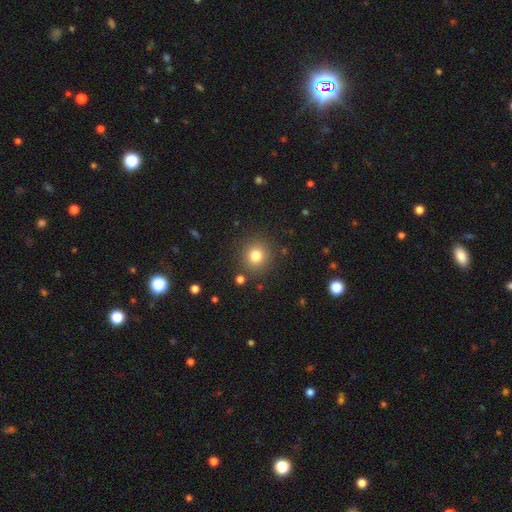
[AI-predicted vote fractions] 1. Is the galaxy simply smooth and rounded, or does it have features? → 80% smooth, 13% star or artifact, 7% featured or disk.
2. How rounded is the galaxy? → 90% round, 9% in between, 1% cigar-shaped.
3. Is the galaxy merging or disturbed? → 88% none, 7% minor disturbance, 3% major disturbance, 2% merger.